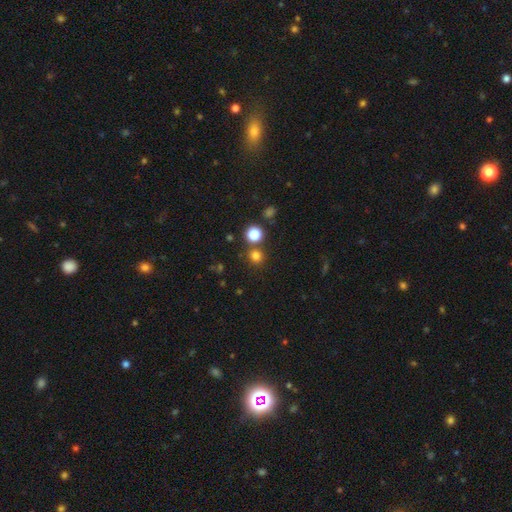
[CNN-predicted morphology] Smooth or featured: smooth — 76% (star or artifact — 19%)
How rounded: round — 91% (in between — 8%)
Merging: none — 78% (merger — 13%)